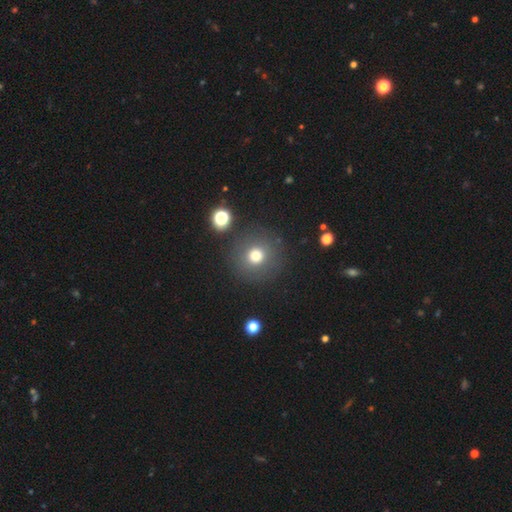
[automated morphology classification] smooth-or-featured: smooth: 74% | star or artifact: 15% | featured or disk: 11%
  how-rounded: round: 94% | in between: 5% | cigar-shaped: 1%
  merging: none: 85% | minor disturbance: 8% | major disturbance: 4% | merger: 3%